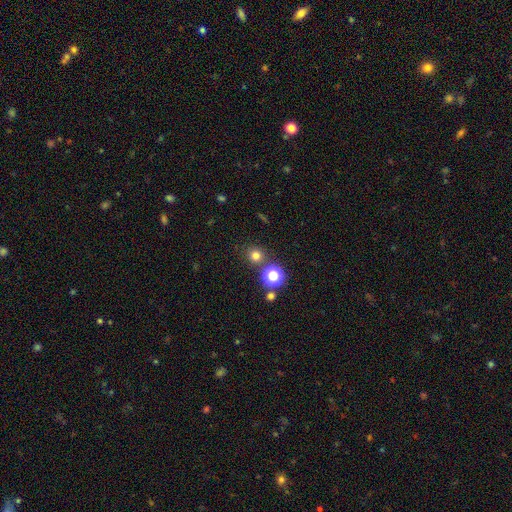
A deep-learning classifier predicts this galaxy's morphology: Smooth or featured: smooth — 74% (star or artifact — 20%)
How rounded: round — 93% (in between — 6%)
Merging: none — 84% (merger — 7%)